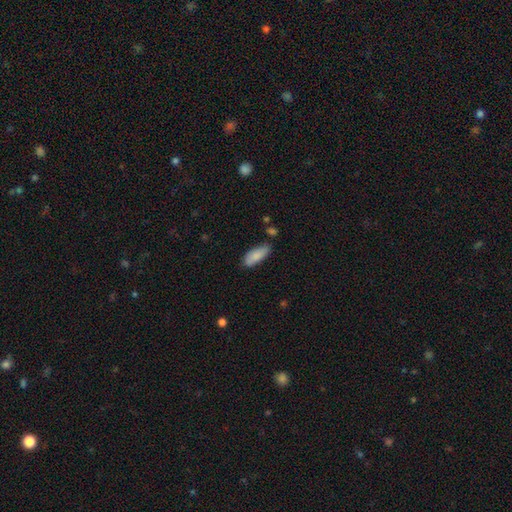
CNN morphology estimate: A smooth galaxy with no disk features (85%) that is in between round and cigar-shaped (74%).

Vote fractions:
- Smooth or featured? smooth: 85% / featured or disk: 9% / star or artifact: 6%
- How rounded? in between: 74% / cigar-shaped: 24% / round: 2%
- Merging? none: 74% / minor disturbance: 19% / merger: 4% / major disturbance: 3%